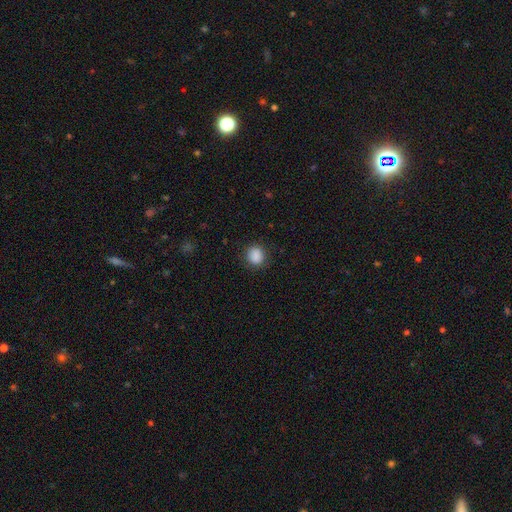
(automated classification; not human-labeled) This appears to be a smooth galaxy with no disk features (88%) that is round (72%). Merging: none (86%).